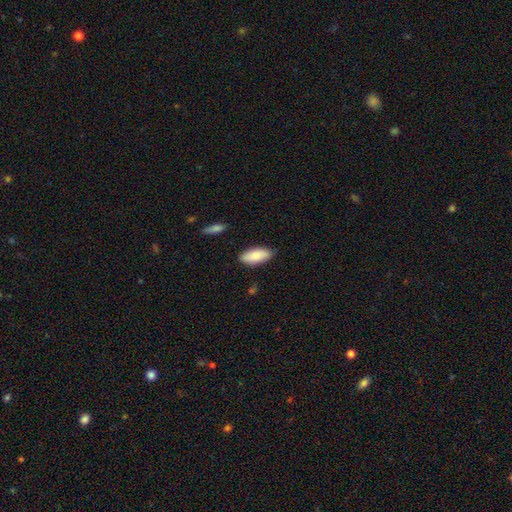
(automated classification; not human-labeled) smooth-or-featured: smooth: 86% | featured or disk: 9% | star or artifact: 6%
  how-rounded: in between: 84% | cigar-shaped: 14% | round: 2%
  merging: none: 84% | minor disturbance: 12% | major disturbance: 2% | merger: 2%